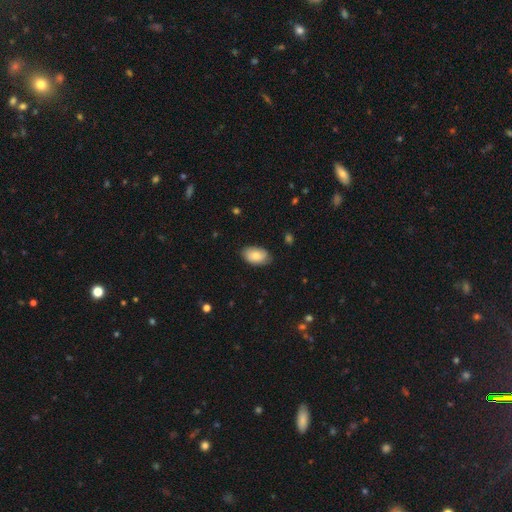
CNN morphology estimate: Smooth or featured: smooth — 83% (featured or disk — 11%)
How rounded: in between — 94% (round — 5%)
Merging: none — 81% (minor disturbance — 15%)